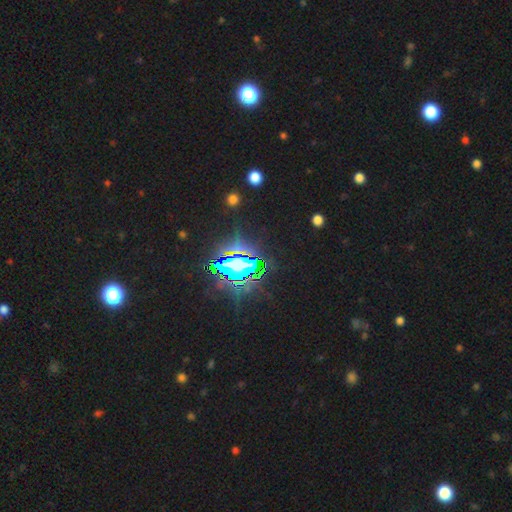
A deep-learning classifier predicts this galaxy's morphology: smooth-or-featured: star or artifact: 83% | smooth: 10% | featured or disk: 7%